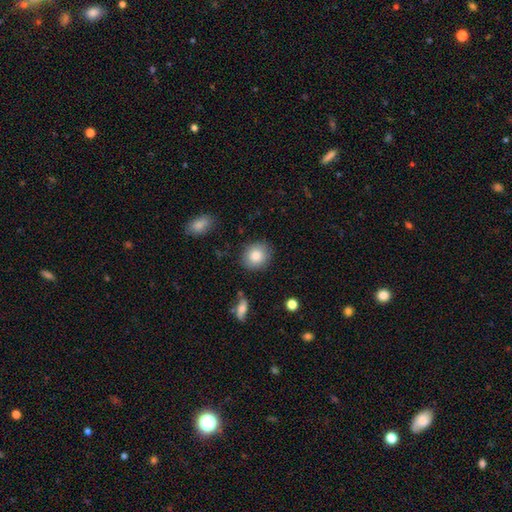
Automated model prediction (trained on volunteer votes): This appears to be a smooth galaxy with no disk features (84%) that is round (76%). Merging: none (86%).